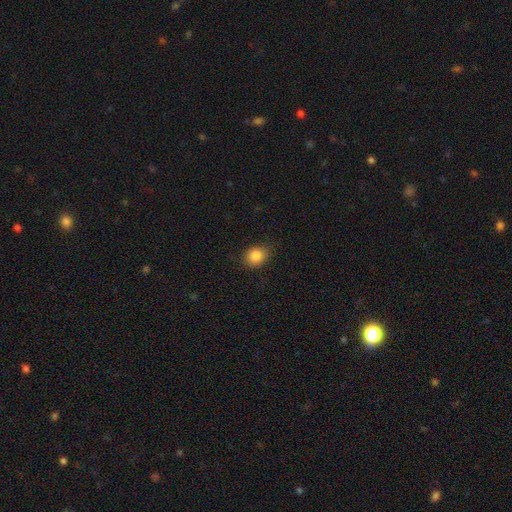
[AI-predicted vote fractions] Morphology: type=smooth (85%); roundness=round (58%); merging=none (79%).